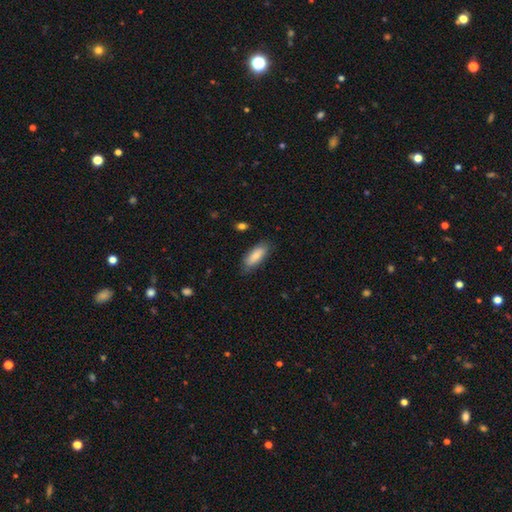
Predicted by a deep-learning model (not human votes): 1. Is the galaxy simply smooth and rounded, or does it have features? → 83% smooth, 11% featured or disk, 6% star or artifact.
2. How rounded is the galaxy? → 74% in between, 24% cigar-shaped, 2% round.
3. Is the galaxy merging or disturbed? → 79% none, 16% minor disturbance, 3% major disturbance, 1% merger.